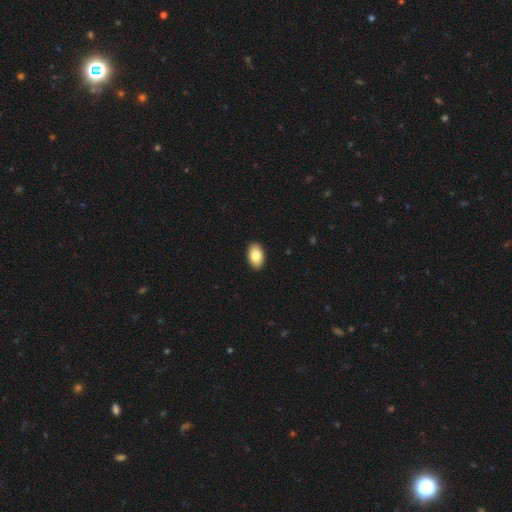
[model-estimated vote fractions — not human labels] A smooth galaxy with no disk features (84%) that is in between round and cigar-shaped (91%).

Vote fractions:
- Smooth or featured? smooth: 84% / featured or disk: 9% / star or artifact: 7%
- How rounded? in between: 91% / round: 8% / cigar-shaped: 1%
- Merging? none: 92% / minor disturbance: 6% / major disturbance: 1% / merger: 1%